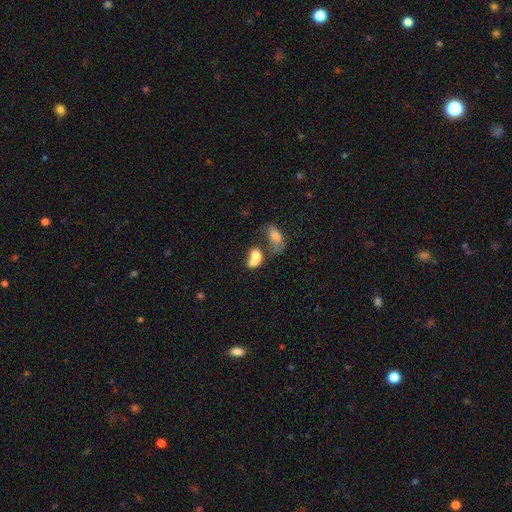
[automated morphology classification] Smooth or featured: smooth — 71% (featured or disk — 20%)
How rounded: in between — 63% (round — 35%)
Merging: merger — 69% (none — 17%)